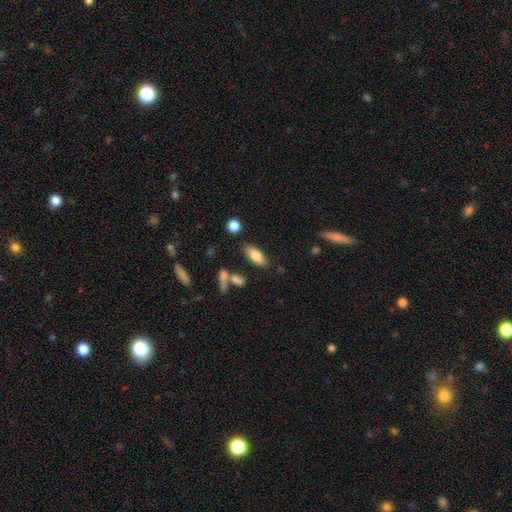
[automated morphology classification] This is likely a smooth galaxy (79%). How rounded: likely in between (77%). Merging: likely none (78%).